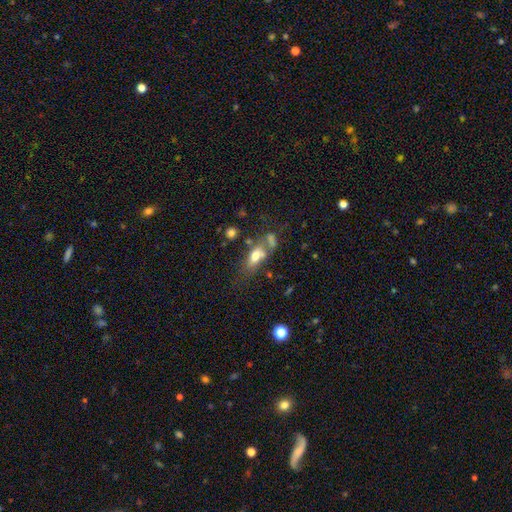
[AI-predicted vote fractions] Overall: smooth (66%). How rounded: in between (78%). Merging: none (36%; merger 30%).